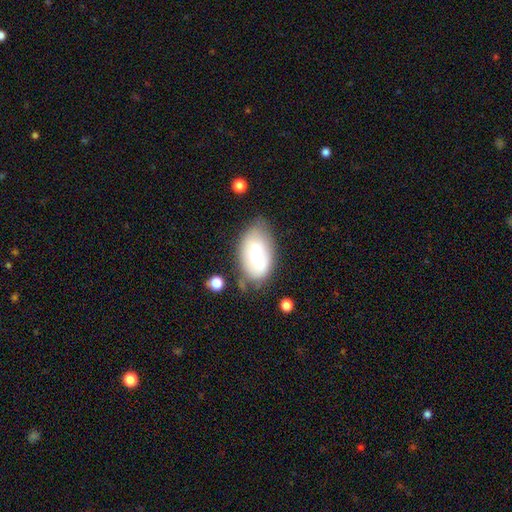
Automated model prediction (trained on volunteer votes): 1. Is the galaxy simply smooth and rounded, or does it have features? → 50% featured or disk, 42% smooth, 8% star or artifact.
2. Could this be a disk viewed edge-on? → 91% no, 9% yes.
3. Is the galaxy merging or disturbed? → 58% none, 27% minor disturbance, 10% major disturbance, 5% merger.